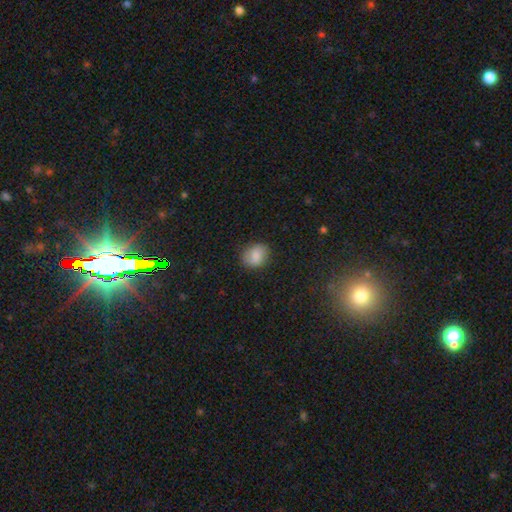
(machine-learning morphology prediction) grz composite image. It shows a smooth galaxy with no disk features (80%) that is round (56%). Merging: none (79%).